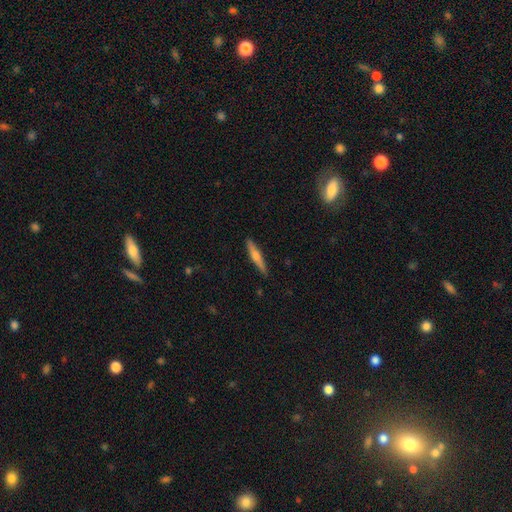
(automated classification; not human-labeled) A featured or disk galaxy (55%) viewed edge-on (97%) with a rounded central bulge (83%).

Vote fractions:
- Smooth or featured? featured or disk: 55% / smooth: 39% / star or artifact: 6%
- Edge-on disk? yes: 97% / no: 3%
- Edge-on bulge? rounded: 83% / none: 10% / boxy: 6%
- Merging? none: 89% / minor disturbance: 8% / major disturbance: 1% / merger: 1%